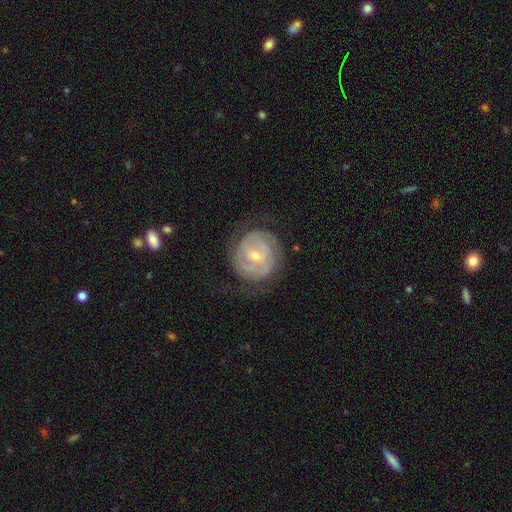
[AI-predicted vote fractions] This appears to be a featured or disk galaxy (80%) with a weak bar (46%), 2 (47%) tight (72%) spiral arms (86%) and a small central bulge (62%). Merging: none (74%).